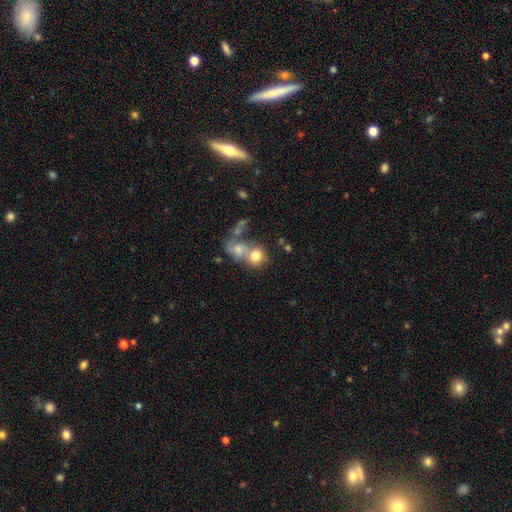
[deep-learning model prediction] smooth 73%, featured or disk 17%, star or artifact 10%. Down the decision tree: how rounded — round (71%); merging — merger (59%).